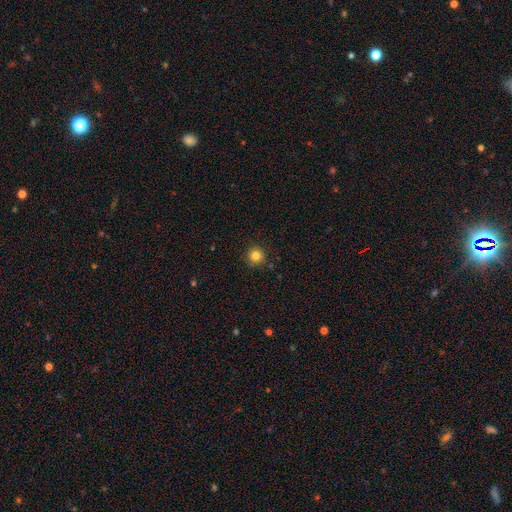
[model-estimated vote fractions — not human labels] Q: Smooth or featured?
A: smooth (83%); runner-up: star or artifact (12%)
Q: How rounded?
A: round (95%); runner-up: in between (4%)
Q: Merging?
A: none (90%); runner-up: minor disturbance (7%)